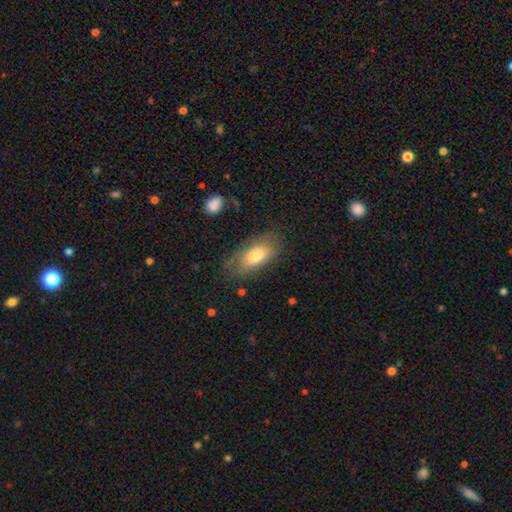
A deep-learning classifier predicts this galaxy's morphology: Overall: smooth (74%). How rounded: in between (88%). Merging: none (67%).